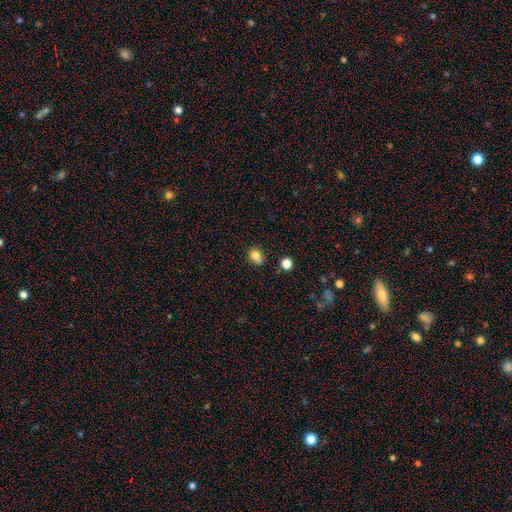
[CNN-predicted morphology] Q: Smooth or featured?
A: smooth (81%); runner-up: star or artifact (12%)
Q: How rounded?
A: round (54%); runner-up: in between (45%)
Q: Merging?
A: none (76%); runner-up: minor disturbance (16%)